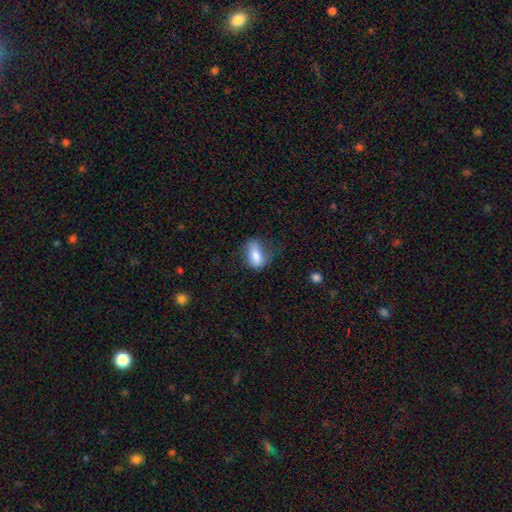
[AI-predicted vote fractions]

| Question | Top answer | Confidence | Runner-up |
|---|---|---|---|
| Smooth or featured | smooth | 81% | featured or disk (12%) |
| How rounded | in between | 86% | round (7%) |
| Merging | none | 52% | minor disturbance (31%) |